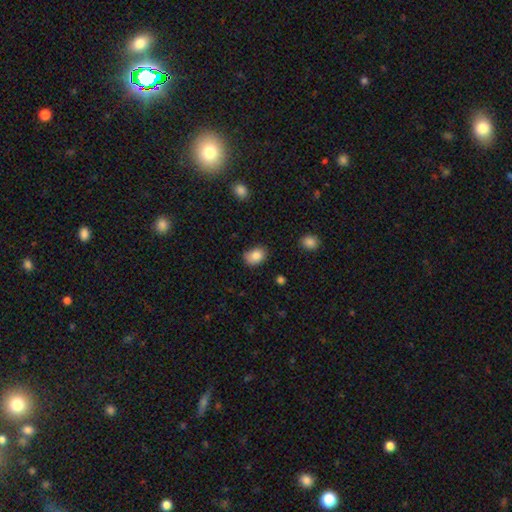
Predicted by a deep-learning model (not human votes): A smooth galaxy with no disk features (85%) that is in between round and cigar-shaped (69%). Merging: none (68%).